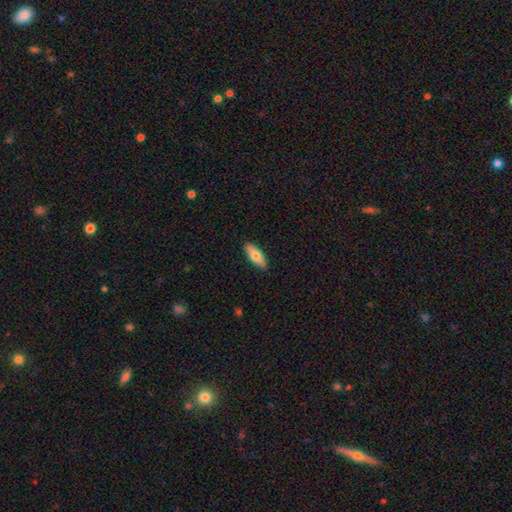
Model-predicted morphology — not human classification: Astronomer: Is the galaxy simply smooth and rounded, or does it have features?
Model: smooth — 69%.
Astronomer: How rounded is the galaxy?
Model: in between — 68%.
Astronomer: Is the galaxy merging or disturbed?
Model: none — 89%.